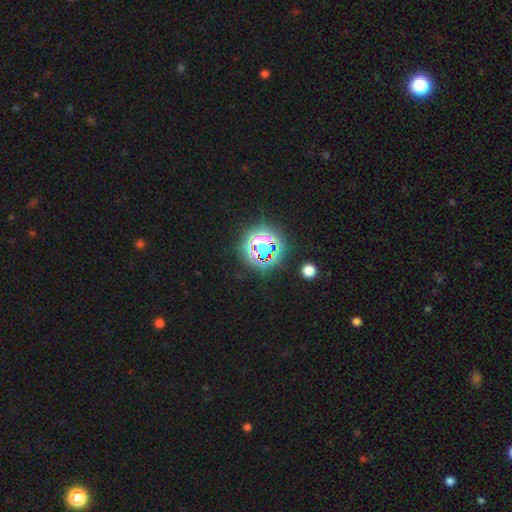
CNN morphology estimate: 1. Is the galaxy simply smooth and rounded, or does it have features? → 66% star or artifact, 23% smooth, 11% featured or disk.